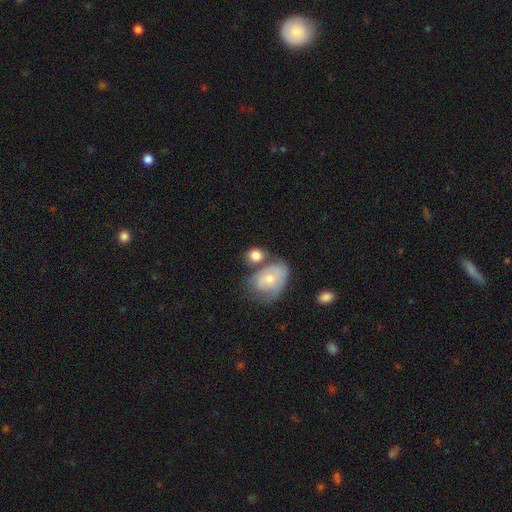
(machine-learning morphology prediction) Overall: smooth (73%). How rounded: round (53%; in between 46%). Merging: none (46%; merger 30%).